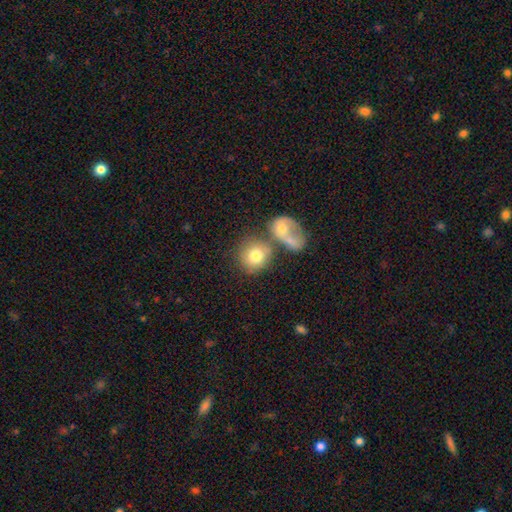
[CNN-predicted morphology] A smooth galaxy with no disk features (74%) that is round (81%).

Vote fractions:
- Smooth or featured? smooth: 74% / featured or disk: 17% / star or artifact: 9%
- How rounded? round: 81% / in between: 18% / cigar-shaped: 1%
- Merging? none: 46% / merger: 36% / minor disturbance: 11% / major disturbance: 7%